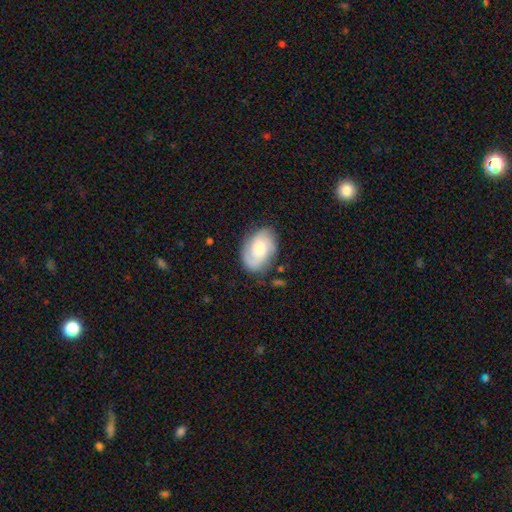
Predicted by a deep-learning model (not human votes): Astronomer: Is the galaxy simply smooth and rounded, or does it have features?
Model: featured or disk — 60%.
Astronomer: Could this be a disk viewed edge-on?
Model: no — 97%.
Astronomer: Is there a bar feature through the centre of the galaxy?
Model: no — 71%.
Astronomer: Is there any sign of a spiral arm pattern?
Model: yes — 91%.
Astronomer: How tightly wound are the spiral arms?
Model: tight — 47% (runner-up: medium, 39%).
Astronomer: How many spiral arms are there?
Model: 2 — 46% (runner-up: can't tell, 23%).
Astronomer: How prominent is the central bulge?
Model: moderate — 49% (runner-up: small, 37%).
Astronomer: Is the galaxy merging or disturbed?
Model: none — 77%.